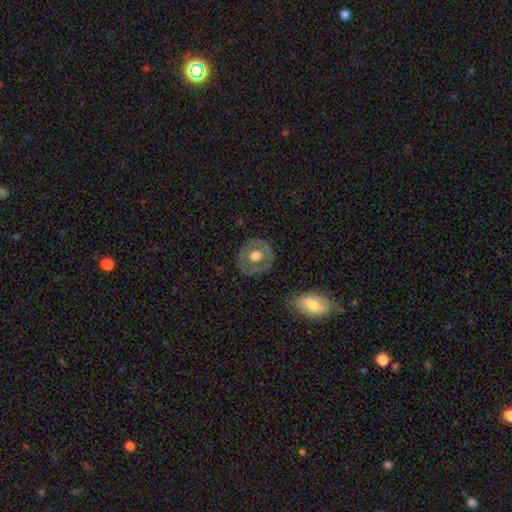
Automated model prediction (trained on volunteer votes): smooth-or-featured: featured or disk: 48% | smooth: 46% | star or artifact: 6%
  merging: none: 80% | minor disturbance: 13% | major disturbance: 5% | merger: 2%